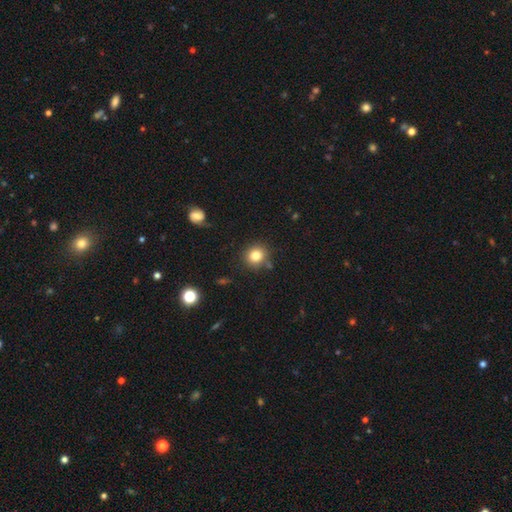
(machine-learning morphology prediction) Smooth or featured?
  - smooth: 83% *
  - star or artifact: 11%
  - featured or disk: 7%
How rounded?
  - round: 86% *
  - in between: 13%
  - cigar-shaped: 1%
Merging?
  - none: 82% *
  - minor disturbance: 10%
  - merger: 5%
  - major disturbance: 3%